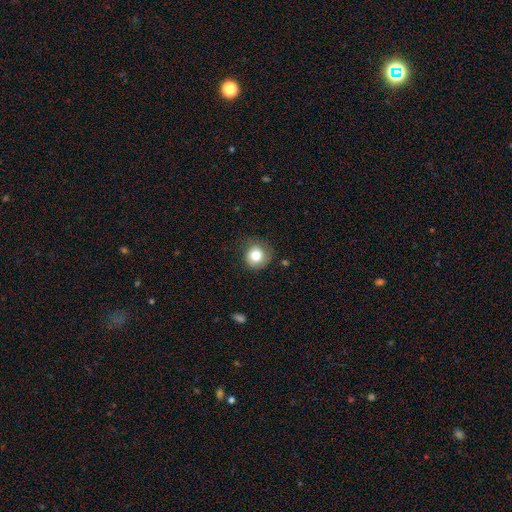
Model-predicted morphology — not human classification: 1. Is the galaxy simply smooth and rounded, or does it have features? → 80% smooth, 10% featured or disk, 10% star or artifact.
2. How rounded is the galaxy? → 88% round, 11% in between, 1% cigar-shaped.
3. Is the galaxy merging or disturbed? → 74% none, 19% minor disturbance, 6% major disturbance, 1% merger.